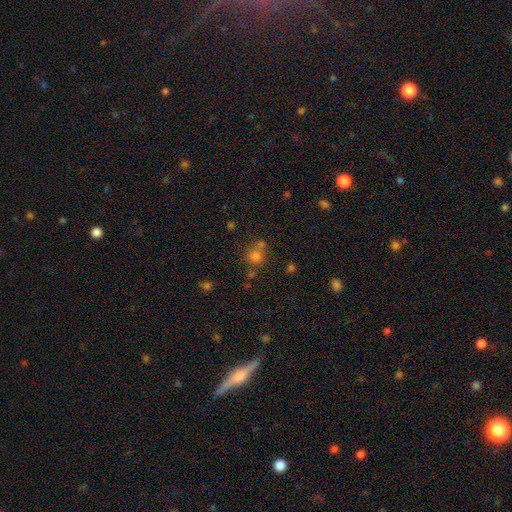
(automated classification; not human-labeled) smooth_or_featured: smooth (p=0.70) [alt: star or artifact p=0.21]
how_rounded: round (p=0.88) [alt: in between p=0.11]
merging: none (p=0.62) [alt: merger p=0.25]